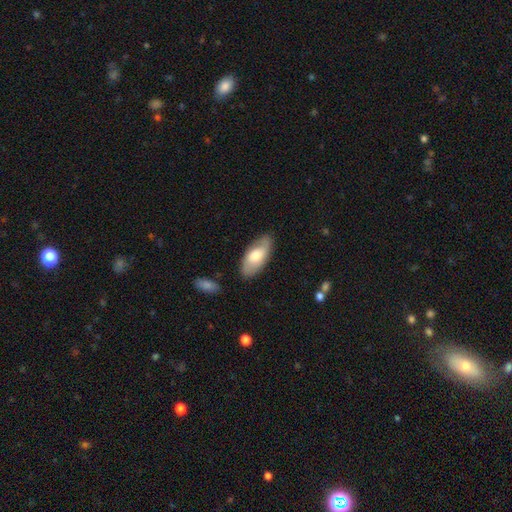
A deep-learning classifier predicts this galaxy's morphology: This is possibly a smooth galaxy (59%). How rounded: clearly in between (90%). Merging: likely none (77%).